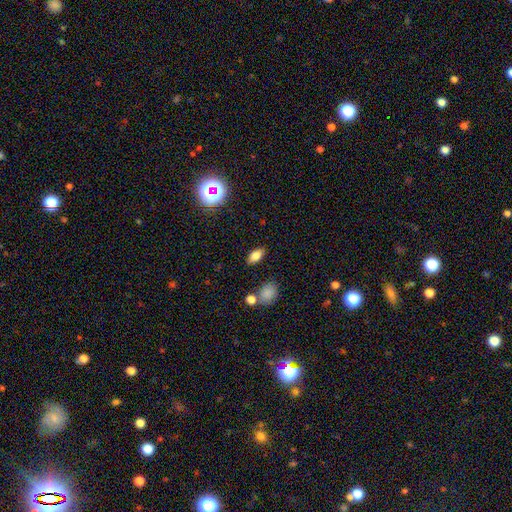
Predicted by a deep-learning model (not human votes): Smooth or featured?
  - smooth: 77% *
  - star or artifact: 12%
  - featured or disk: 11%
How rounded?
  - in between: 87% *
  - round: 7%
  - cigar-shaped: 6%
Merging?
  - none: 84% *
  - minor disturbance: 10%
  - merger: 3%
  - major disturbance: 3%